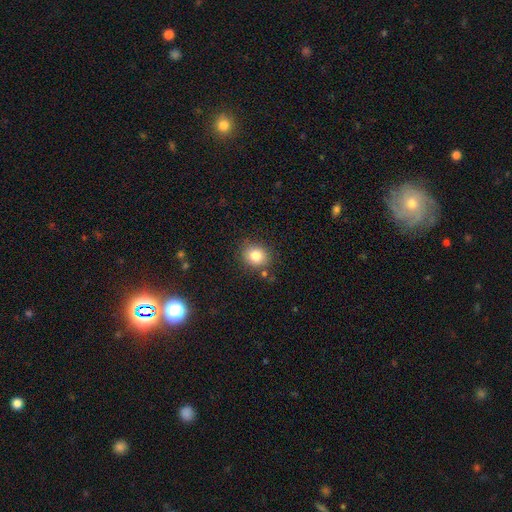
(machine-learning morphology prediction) type=smooth (82%); roundness=round (68%); merging=none (81%).